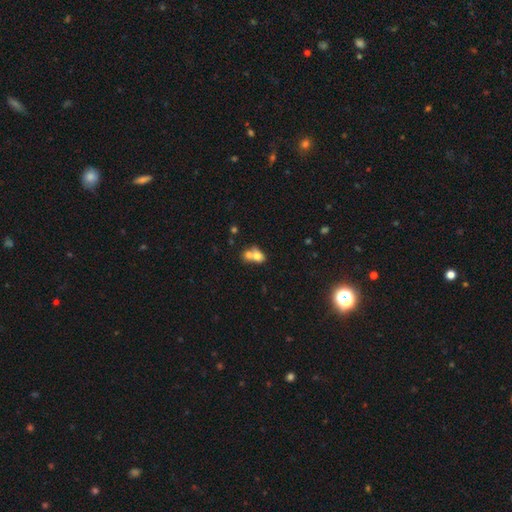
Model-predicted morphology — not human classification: Q: Smooth or featured?
A: smooth (70%); runner-up: featured or disk (21%)
Q: How rounded?
A: in between (56%); runner-up: round (42%)
Q: Merging?
A: merger (70%); runner-up: none (19%)